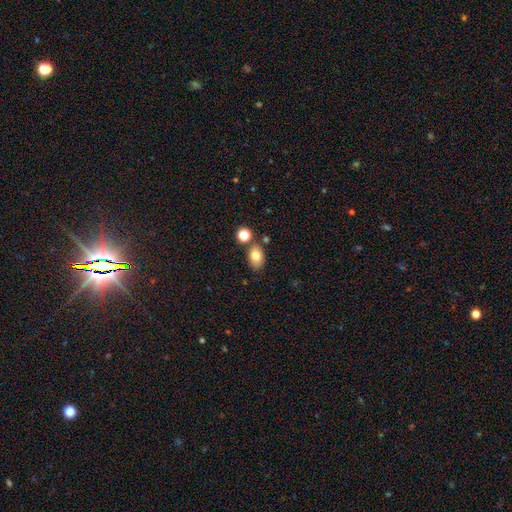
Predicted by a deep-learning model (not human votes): Smooth or featured? smooth (78%)
How rounded? in between (83%)
Merging? none (73%)